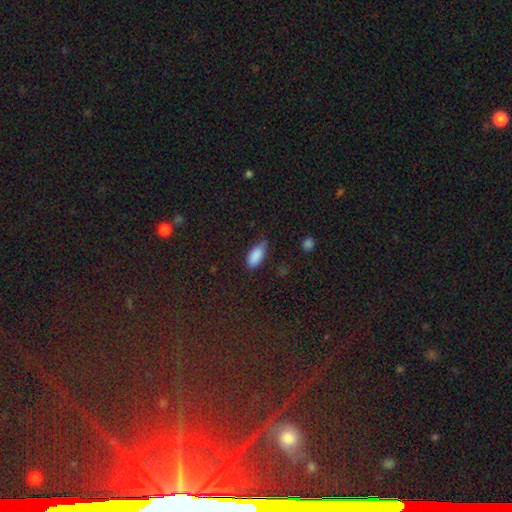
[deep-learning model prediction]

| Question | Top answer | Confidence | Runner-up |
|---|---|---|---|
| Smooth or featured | smooth | 87% | star or artifact (7%) |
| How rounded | in between | 85% | cigar-shaped (13%) |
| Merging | none | 58% | minor disturbance (34%) |